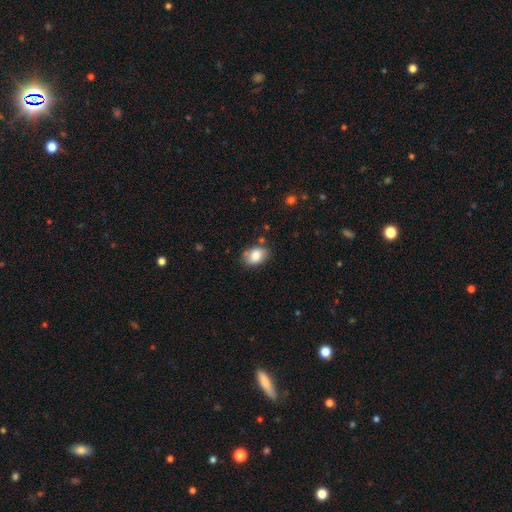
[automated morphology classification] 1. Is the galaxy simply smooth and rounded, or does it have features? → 82% smooth, 10% featured or disk, 8% star or artifact.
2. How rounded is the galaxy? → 80% in between, 19% round, 1% cigar-shaped.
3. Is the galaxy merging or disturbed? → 75% none, 17% minor disturbance, 4% merger, 4% major disturbance.